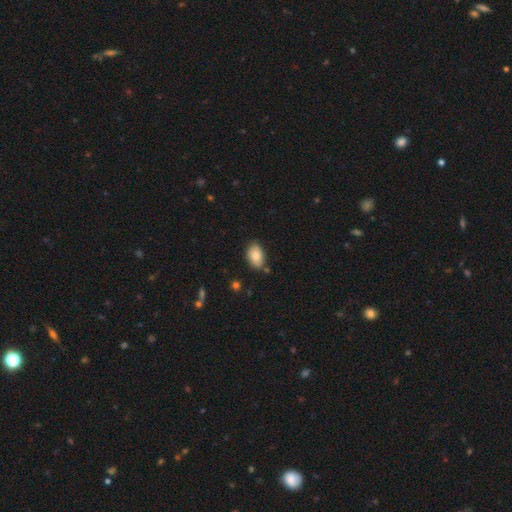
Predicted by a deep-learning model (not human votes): The model was most divided on "merging": none: 74%, minor disturbance: 19%, merger: 4%, major disturbance: 3%. More confident: how rounded — in between (89%); smooth or featured — smooth (85%).